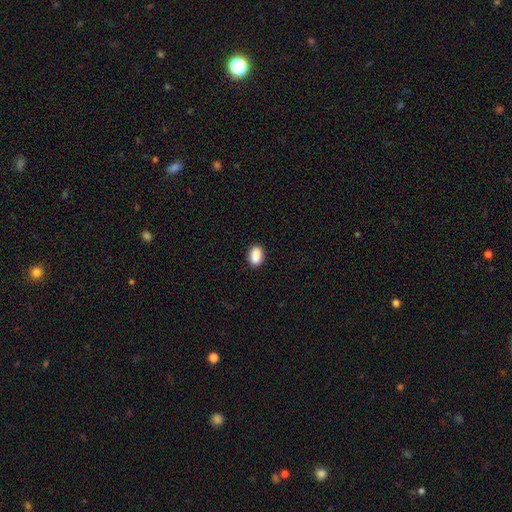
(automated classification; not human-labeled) The model was most divided on "how rounded": in between: 87%, round: 11%, cigar-shaped: 2%. More confident: smooth or featured — smooth (89%); merging — none (87%).